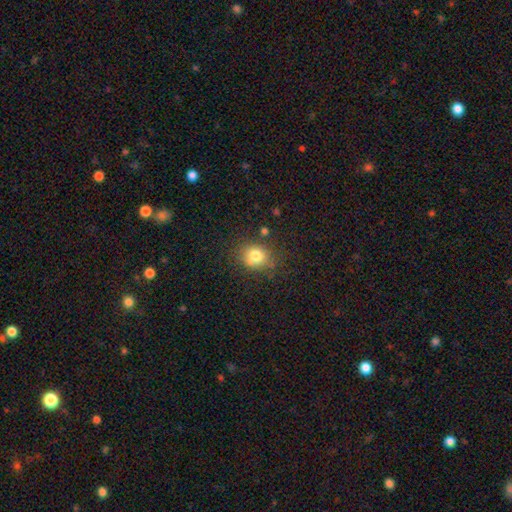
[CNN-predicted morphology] type=smooth (78%); roundness=round (68%); merging=none (73%).